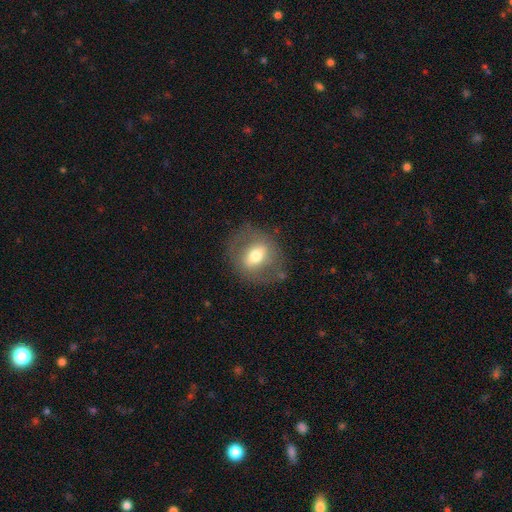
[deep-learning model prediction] Smooth or featured?
  - featured or disk: 48% *
  - smooth: 45%
  - star or artifact: 8%
Merging?
  - none: 74% *
  - minor disturbance: 14%
  - major disturbance: 10%
  - merger: 2%